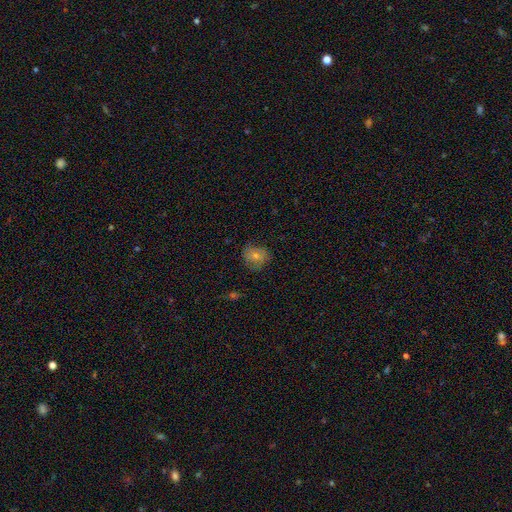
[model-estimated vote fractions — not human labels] Q: Smooth or featured?
A: smooth (51%); runner-up: featured or disk (33%)
Q: How rounded?
A: round (74%); runner-up: in between (25%)
Q: Merging?
A: none (75%); runner-up: minor disturbance (18%)